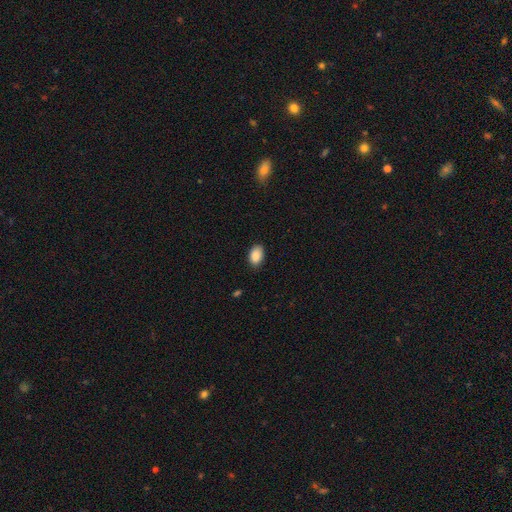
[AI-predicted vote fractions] Overall: smooth (88%). How rounded: in between (89%). Merging: none (84%).